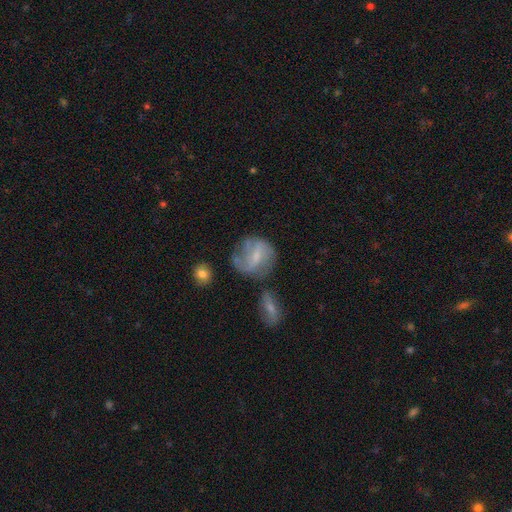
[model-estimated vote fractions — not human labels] Morphology: type=featured or disk (59%); edge-on=no (96%); bar=weak (49%); spiral arms=yes (74%); bulge=small (52%); merging=none (49%).